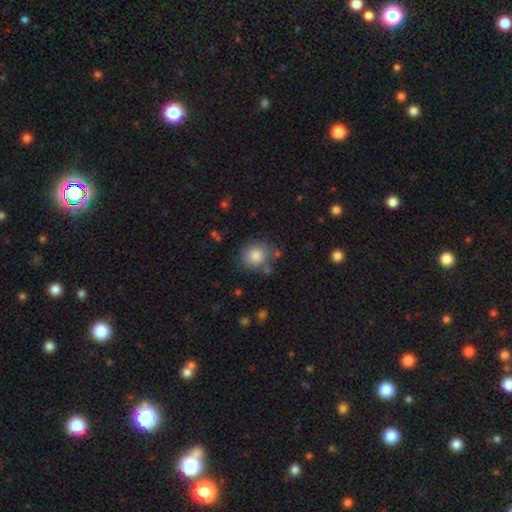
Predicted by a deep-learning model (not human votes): Smooth or featured? Predicted: smooth (p=0.84). How rounded? Predicted: round (p=0.81). Merging? Predicted: none (p=0.68).